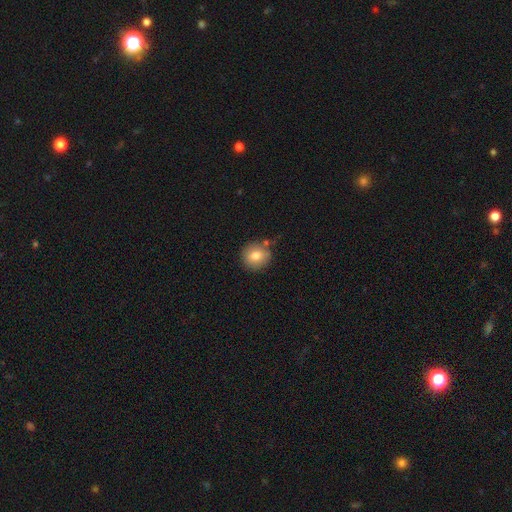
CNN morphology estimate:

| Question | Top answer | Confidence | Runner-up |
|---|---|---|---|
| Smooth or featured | smooth | 80% | featured or disk (11%) |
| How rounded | round | 87% | in between (12%) |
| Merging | none | 77% | minor disturbance (13%) |